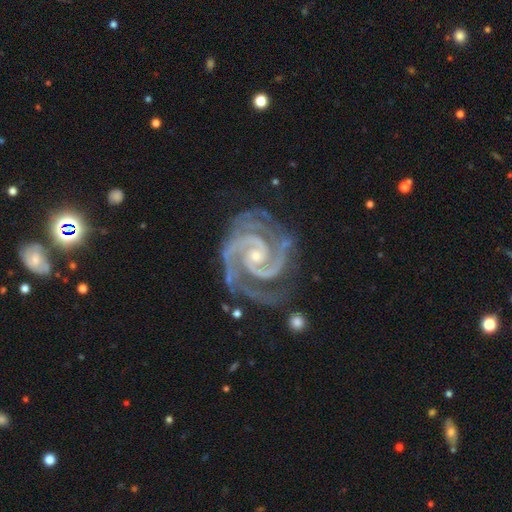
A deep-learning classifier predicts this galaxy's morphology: This is clearly a featured or disk galaxy (94%). It is clearly not viewed edge-on (98%). Bar: possibly no (57%). Spiral arm pattern: clearly yes (99%). Spiral arm count: likely 2 (78%). Spiral winding: likely tight (67%). Central bulge: likely small (71%). Merging: likely none (69%).